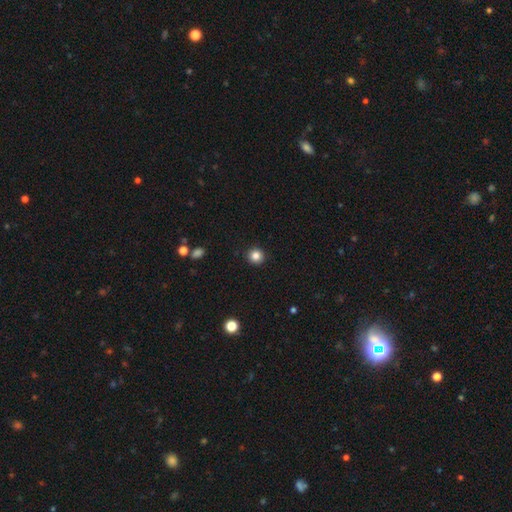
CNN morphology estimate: This is clearly a smooth galaxy (84%). How rounded: clearly round (94%). Merging: clearly none (93%).